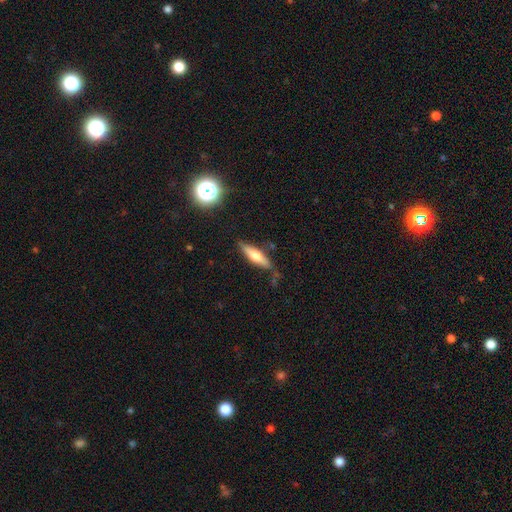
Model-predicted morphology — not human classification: Smooth or featured: smooth — 48% (featured or disk — 45%)
Merging: none — 75% (minor disturbance — 18%)